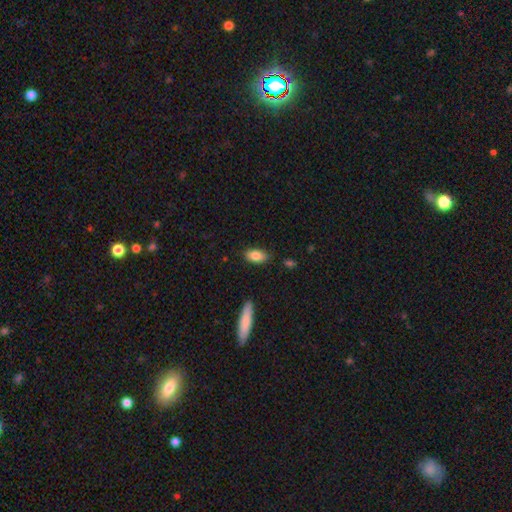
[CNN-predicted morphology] Smooth or featured? Predicted: smooth (p=0.84). How rounded? Predicted: in between (p=0.90). Merging? Predicted: none (p=0.83).